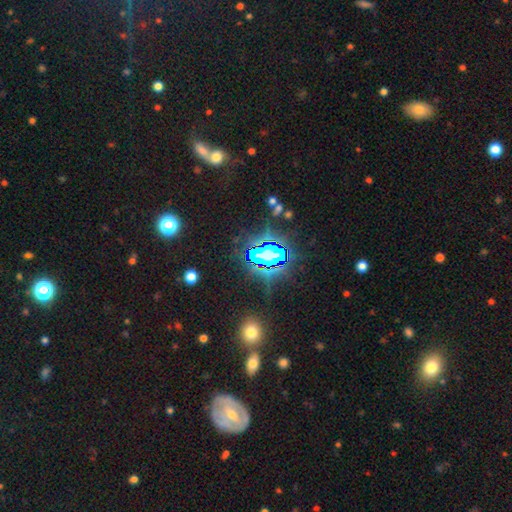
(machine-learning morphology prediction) A star or artifact, not a galaxy (69%).